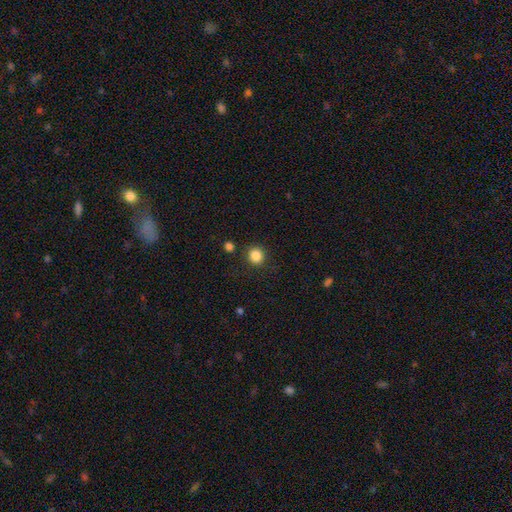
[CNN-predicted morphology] smooth 85%, star or artifact 11%, featured or disk 4%. Down the decision tree: how rounded — round (89%); merging — none (88%).